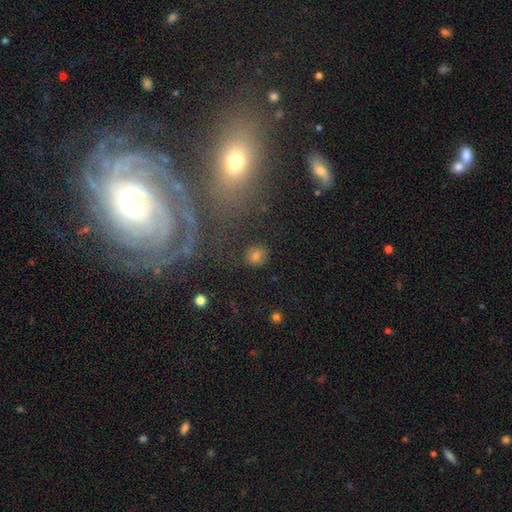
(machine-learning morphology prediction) Q: Smooth or featured?
A: smooth (68%); runner-up: star or artifact (17%)
Q: How rounded?
A: round (82%); runner-up: in between (17%)
Q: Merging?
A: none (84%); runner-up: minor disturbance (9%)